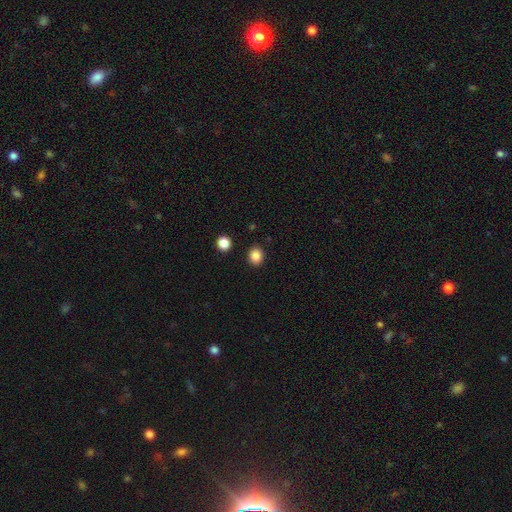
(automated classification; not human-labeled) Smooth or featured? Predicted: smooth (p=0.86). How rounded? Predicted: round (p=0.67). Merging? Predicted: none (p=0.89).